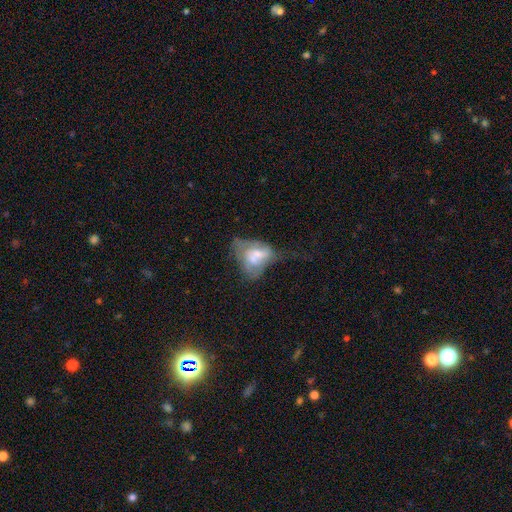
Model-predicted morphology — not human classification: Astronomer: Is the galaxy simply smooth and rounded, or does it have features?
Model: smooth — 46% (runner-up: featured or disk, 45%).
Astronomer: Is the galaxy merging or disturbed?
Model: merger — 38% (runner-up: major disturbance, 29%).